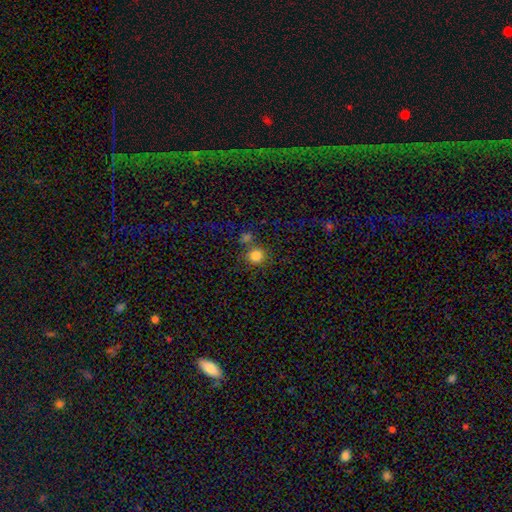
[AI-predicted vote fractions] smooth 83%, star or artifact 12%, featured or disk 5%. Down the decision tree: how rounded — round (91%); merging — none (71%).